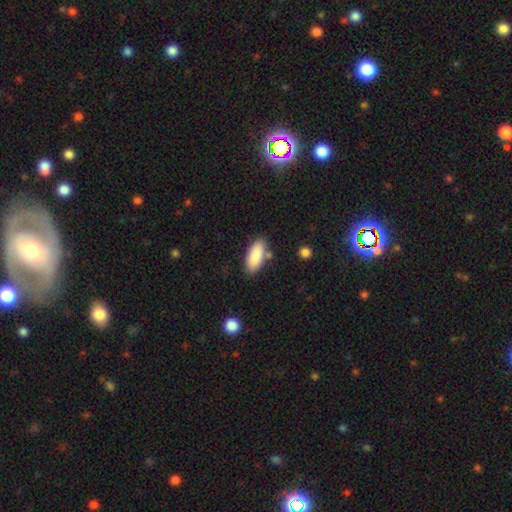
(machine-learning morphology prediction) Smooth or featured?
  - smooth: 89% *
  - star or artifact: 6%
  - featured or disk: 5%
How rounded?
  - in between: 82% *
  - cigar-shaped: 16%
  - round: 2%
Merging?
  - none: 78% *
  - minor disturbance: 13%
  - merger: 6%
  - major disturbance: 3%